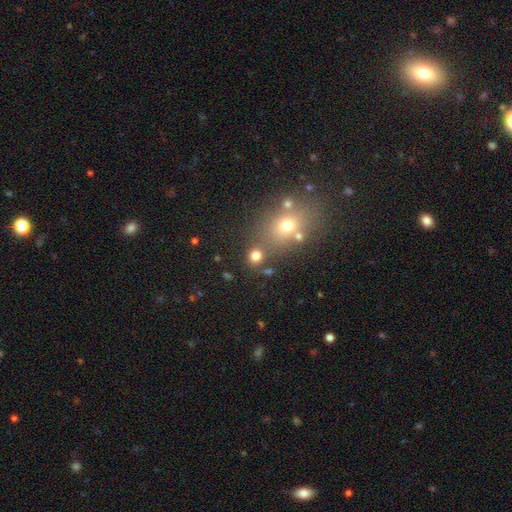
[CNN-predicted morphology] Smooth or featured: smooth — 74% (star or artifact — 17%)
How rounded: round — 78% (in between — 21%)
Merging: none — 69% (merger — 17%)